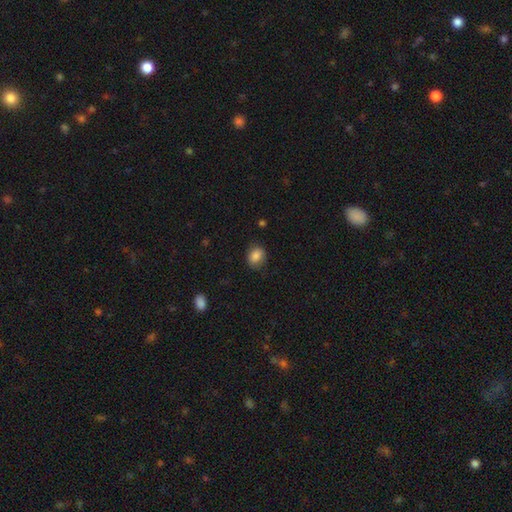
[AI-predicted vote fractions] Overall: smooth (85%). How rounded: round (54%; in between 45%). Merging: none (79%).